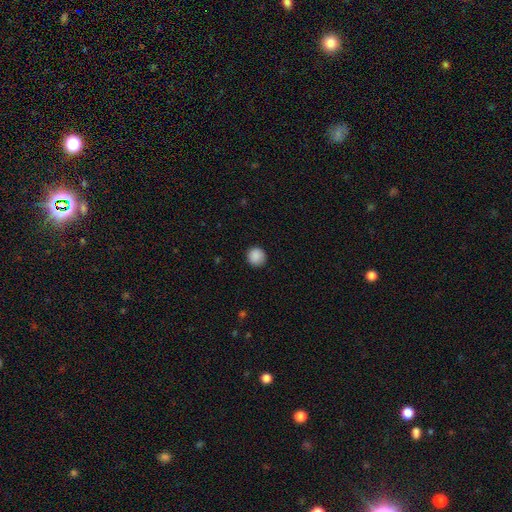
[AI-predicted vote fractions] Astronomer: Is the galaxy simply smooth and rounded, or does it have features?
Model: smooth — 89%.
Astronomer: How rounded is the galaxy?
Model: round — 94%.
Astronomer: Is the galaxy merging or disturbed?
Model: none — 91%.